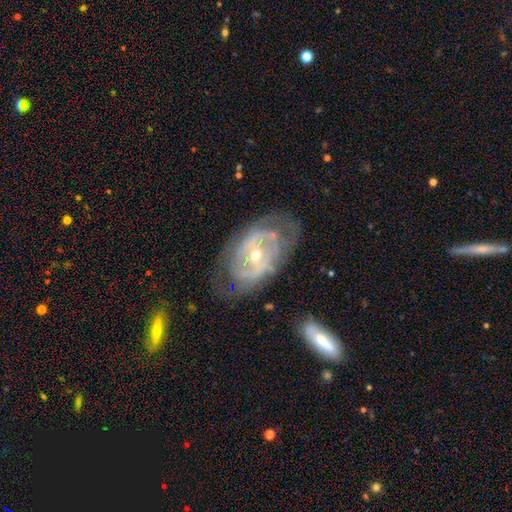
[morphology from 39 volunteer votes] Smooth or featured: featured or disk — 85% (smooth — 10%)
Edge-on disk: no — 94% (yes — 6%)
Bar: no — 58% (weak — 29%)
Spiral arms: no — 52% (yes — 48%)
Bulge size: small — 52% (moderate — 48%)
Merging: none — 78% (minor disturbance — 11%)